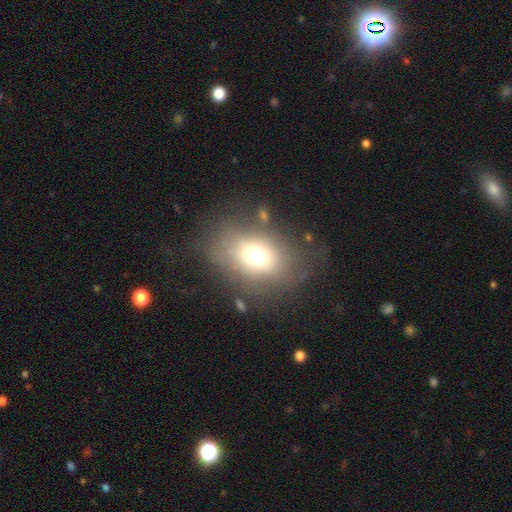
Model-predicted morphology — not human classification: Smooth or featured? Predicted: smooth (p=0.64). How rounded? Predicted: in between (p=0.67). Merging? Predicted: none (p=0.60).